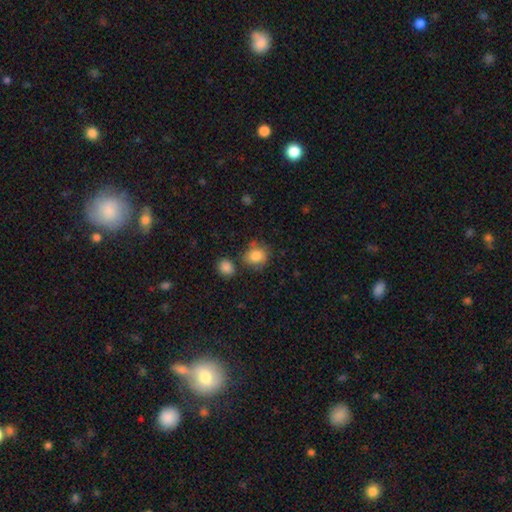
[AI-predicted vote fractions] A smooth galaxy with no disk features (83%) that is round (68%).

Vote fractions:
- Smooth or featured? smooth: 83% / star or artifact: 9% / featured or disk: 8%
- How rounded? round: 68% / in between: 31% / cigar-shaped: 1%
- Merging? none: 66% / minor disturbance: 18% / merger: 10% / major disturbance: 5%